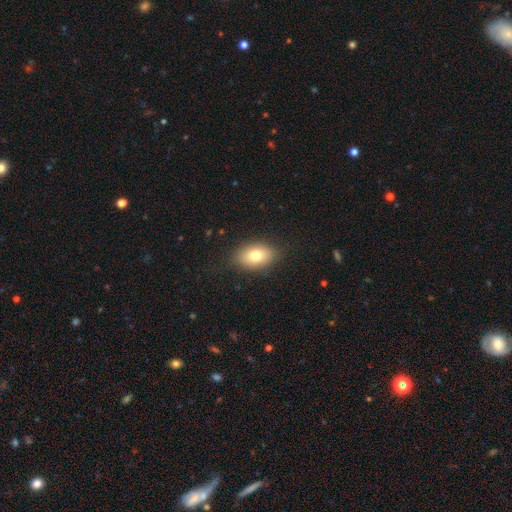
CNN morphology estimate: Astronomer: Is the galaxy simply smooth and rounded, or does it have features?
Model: smooth — 77%.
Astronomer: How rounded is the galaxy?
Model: in between — 85%.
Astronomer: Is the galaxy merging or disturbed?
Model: none — 85%.